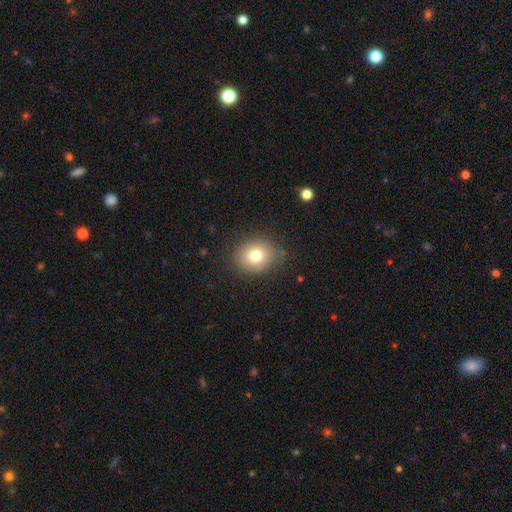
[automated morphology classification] smooth 77%, star or artifact 12%, featured or disk 11%. Down the decision tree: how rounded — round (65%); merging — none (85%).